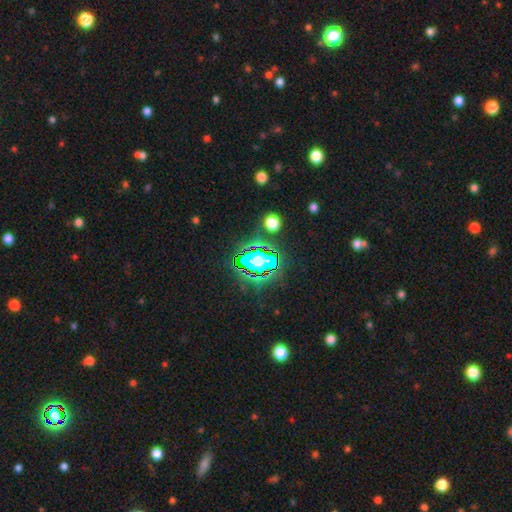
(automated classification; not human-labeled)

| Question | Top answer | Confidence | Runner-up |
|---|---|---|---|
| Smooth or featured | star or artifact | 68% | smooth (18%) |